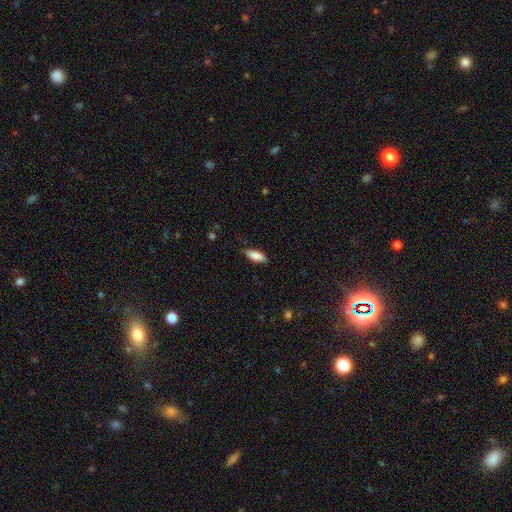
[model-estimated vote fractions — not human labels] Smooth or featured?
  - smooth: 84% *
  - featured or disk: 10%
  - star or artifact: 6%
How rounded?
  - in between: 69% *
  - cigar-shaped: 29%
  - round: 2%
Merging?
  - none: 79% *
  - minor disturbance: 17%
  - major disturbance: 3%
  - merger: 1%